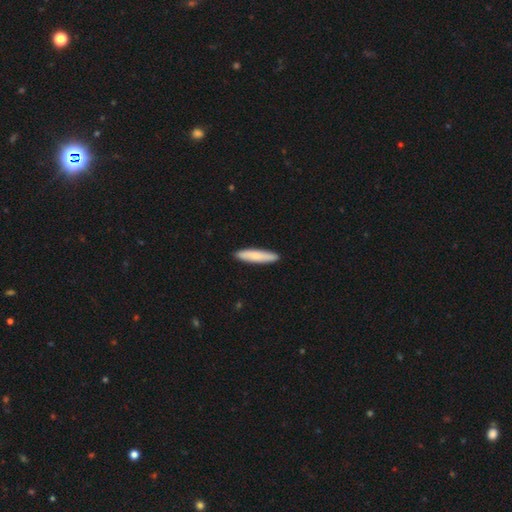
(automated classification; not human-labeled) A smooth galaxy with no disk features (77%) that is cigar-shaped (87%).

Vote fractions:
- Smooth or featured? smooth: 77% / featured or disk: 18% / star or artifact: 5%
- How rounded? cigar-shaped: 87% / in between: 12% / round: 1%
- Merging? none: 91% / minor disturbance: 7% / major disturbance: 1% / merger: 1%